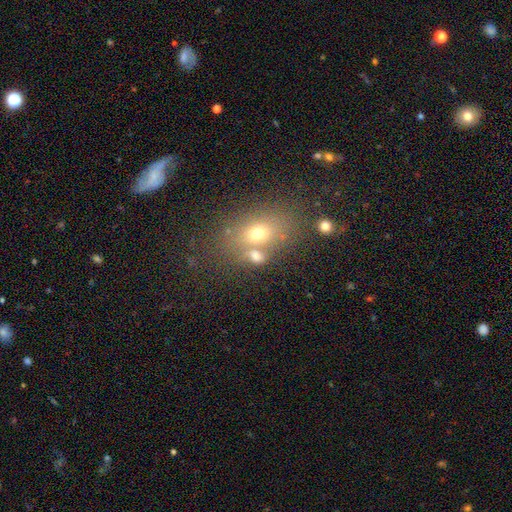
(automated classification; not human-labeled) A smooth galaxy with no disk features (66%) that is in between round and cigar-shaped (69%).

Vote fractions:
- Smooth or featured? smooth: 66% / featured or disk: 17% / star or artifact: 17%
- How rounded? in between: 69% / round: 28% / cigar-shaped: 3%
- Merging? none: 47% / merger: 34% / minor disturbance: 12% / major disturbance: 7%